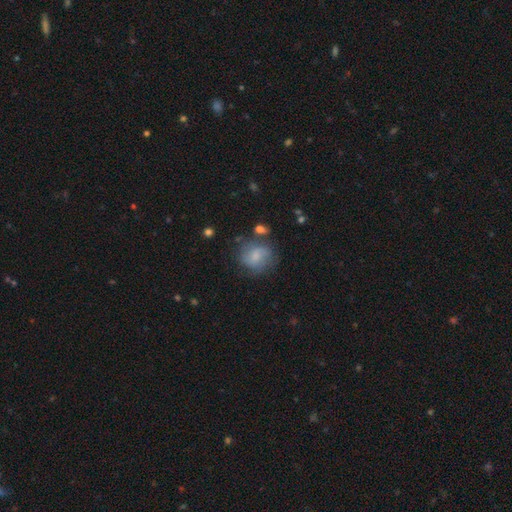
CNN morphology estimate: Overall: smooth (56%; featured or disk 35%). How rounded: round (73%). Merging: none (59%; minor disturbance 23%).